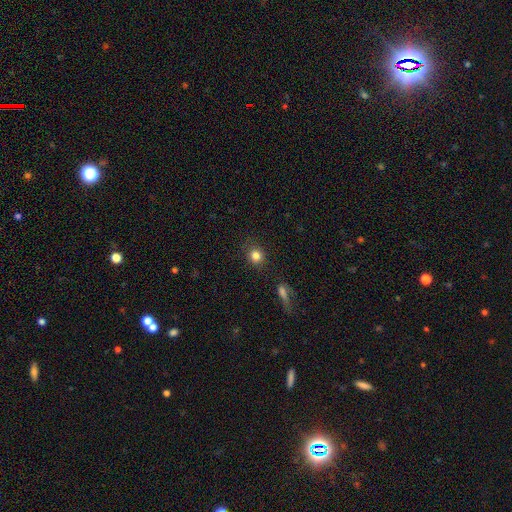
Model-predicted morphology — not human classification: smooth 83%, star or artifact 12%, featured or disk 6%. Down the decision tree: how rounded — round (83%); merging — none (85%).